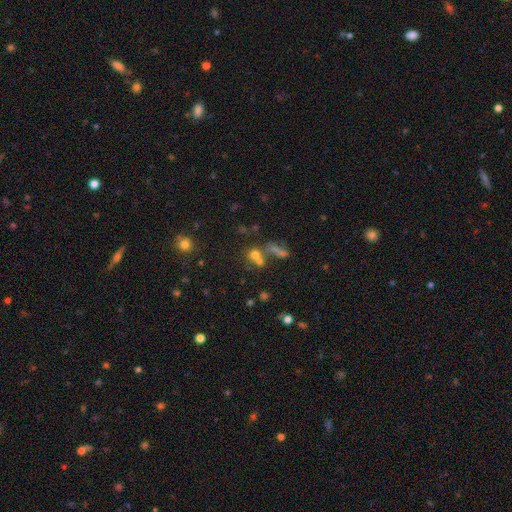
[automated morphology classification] smooth 61%, star or artifact 23%, featured or disk 16%. Down the decision tree: how rounded — round (82%); merging — none (46%).